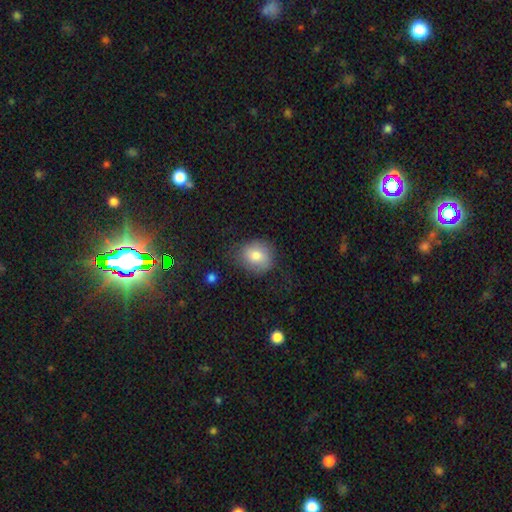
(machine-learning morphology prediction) smooth_or_featured: smooth (p=0.77) [alt: featured or disk p=0.14]
how_rounded: round (p=0.73) [alt: in between p=0.26]
merging: none (p=0.67) [alt: minor disturbance p=0.23]